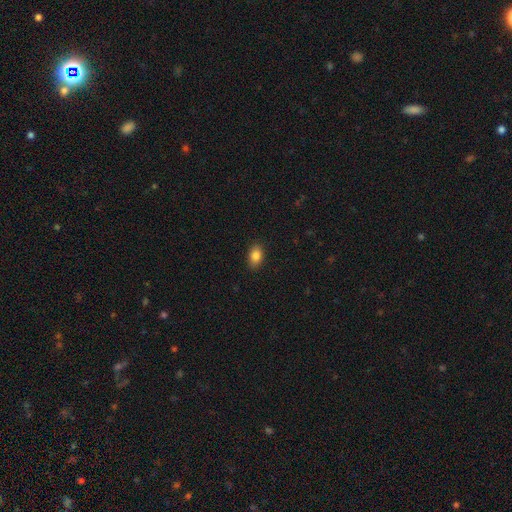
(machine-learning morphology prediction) The model was most divided on "how rounded": in between: 85%, round: 13%, cigar-shaped: 2%. More confident: merging — none (88%); smooth or featured — smooth (85%).